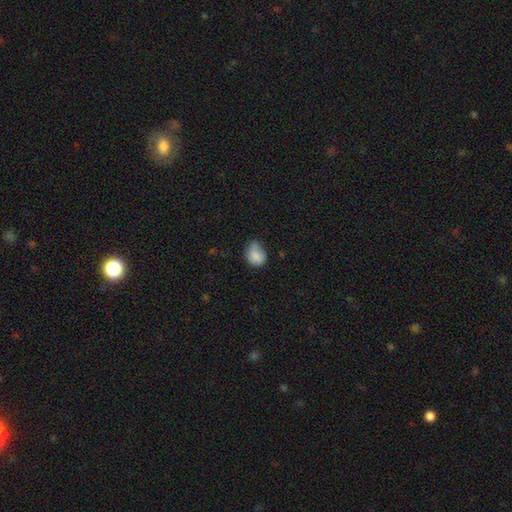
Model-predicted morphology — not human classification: Overall: smooth (82%). How rounded: in between (55%; round 44%). Merging: minor disturbance (44%; none 40%).